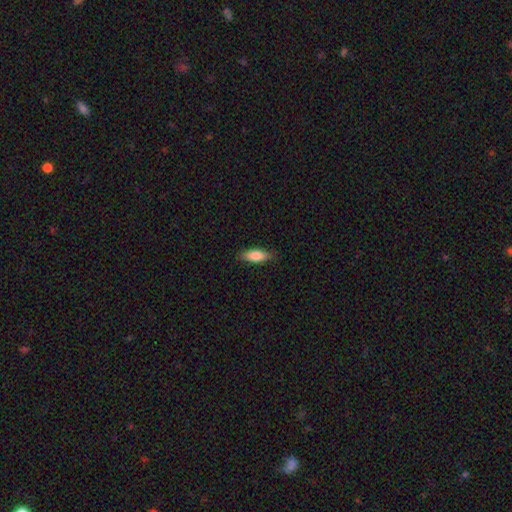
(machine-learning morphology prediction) Smooth or featured: smooth — 77% (featured or disk — 17%)
How rounded: in between — 62% (cigar-shaped — 36%)
Merging: none — 85% (minor disturbance — 11%)